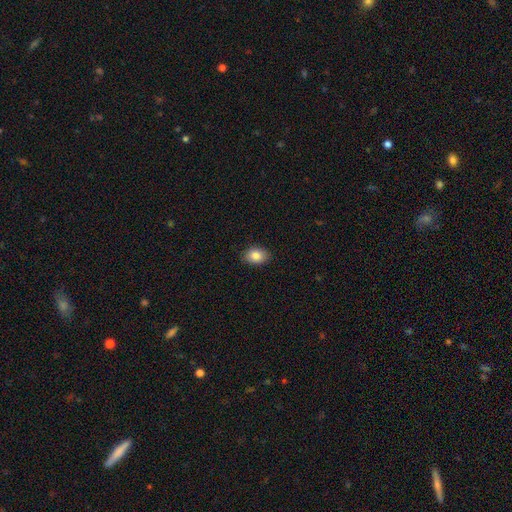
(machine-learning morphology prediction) smooth 85%, star or artifact 8%, featured or disk 7%. Down the decision tree: how rounded — in between (76%); merging — none (87%).